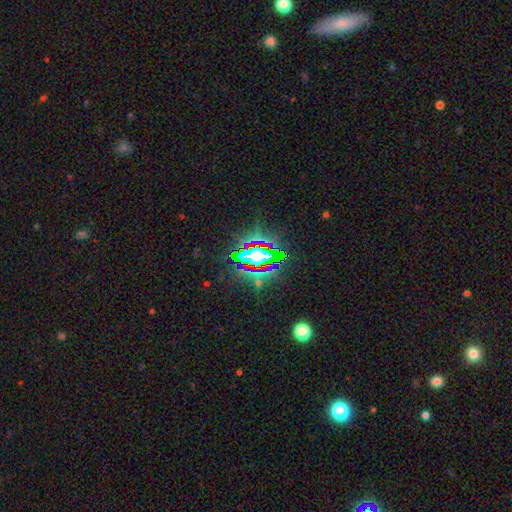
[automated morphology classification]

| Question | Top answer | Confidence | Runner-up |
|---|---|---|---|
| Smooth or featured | star or artifact | 69% | smooth (17%) |